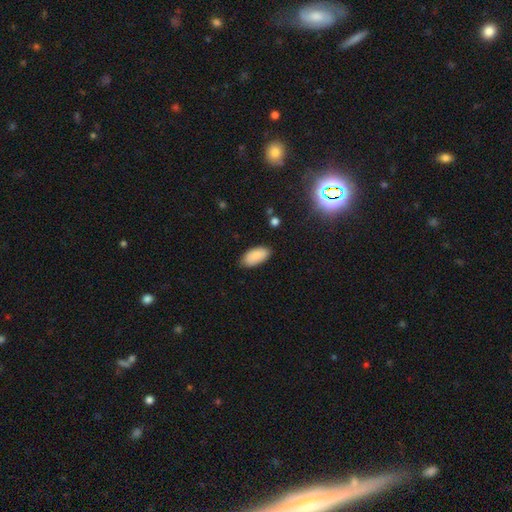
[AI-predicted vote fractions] Smooth or featured?
  - smooth: 88% *
  - star or artifact: 7%
  - featured or disk: 5%
How rounded?
  - in between: 94% *
  - cigar-shaped: 4%
  - round: 2%
Merging?
  - none: 83% *
  - minor disturbance: 14%
  - major disturbance: 2%
  - merger: 1%